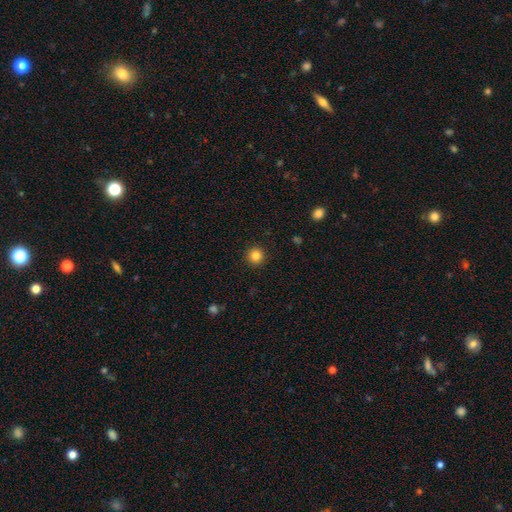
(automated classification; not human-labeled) Smooth or featured? Predicted: smooth (p=0.84). How rounded? Predicted: round (p=0.95). Merging? Predicted: none (p=0.92).